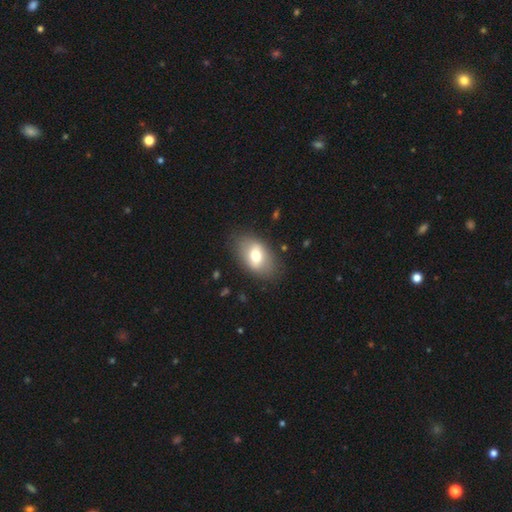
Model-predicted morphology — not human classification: This is likely a smooth galaxy (65%). How rounded: clearly in between (89%). Merging: clearly none (81%).